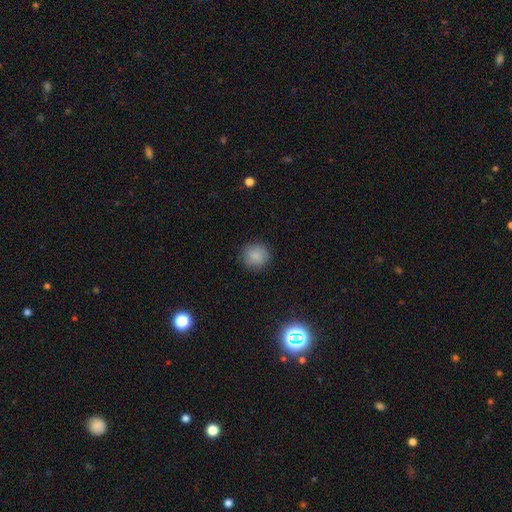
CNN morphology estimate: smooth 86%, star or artifact 9%, featured or disk 5%. Down the decision tree: how rounded — round (89%); merging — none (87%).